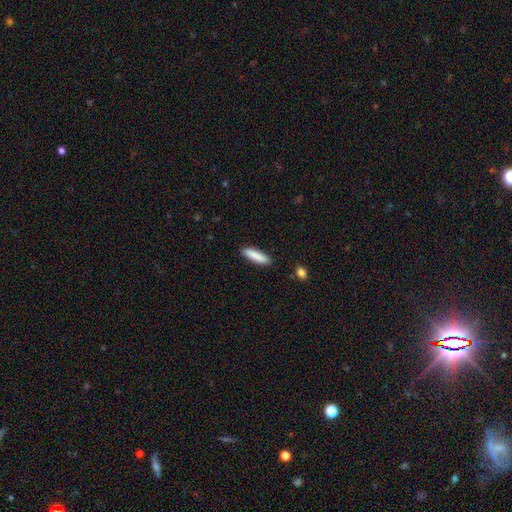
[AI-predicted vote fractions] Smooth or featured: smooth — 86% (featured or disk — 8%)
How rounded: cigar-shaped — 78% (in between — 20%)
Merging: none — 89% (minor disturbance — 8%)